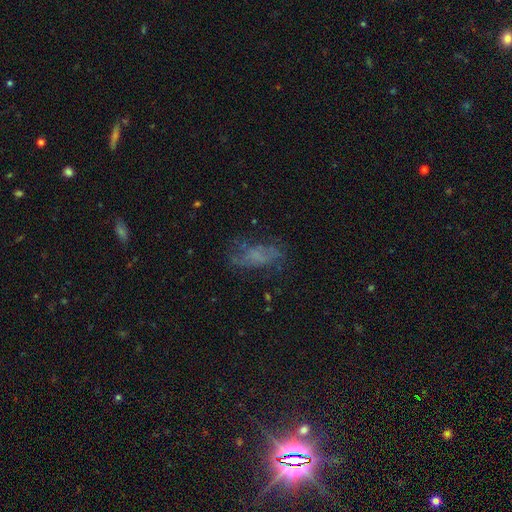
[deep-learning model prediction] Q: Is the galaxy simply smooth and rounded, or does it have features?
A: featured or disk — 42%.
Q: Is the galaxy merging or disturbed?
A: none — 55%.